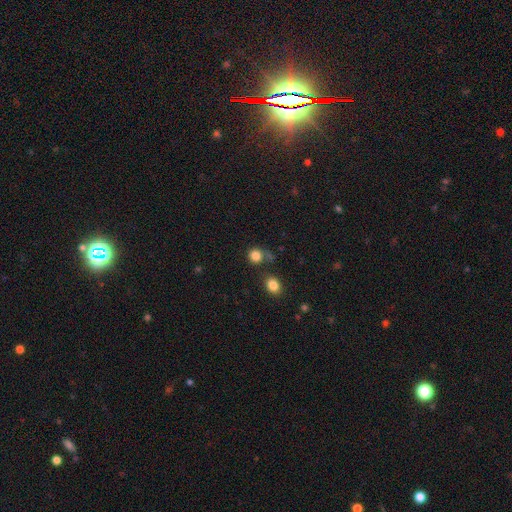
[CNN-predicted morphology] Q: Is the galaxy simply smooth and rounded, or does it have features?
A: smooth — 83%.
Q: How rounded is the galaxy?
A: round — 82%.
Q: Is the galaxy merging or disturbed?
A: none — 64%.